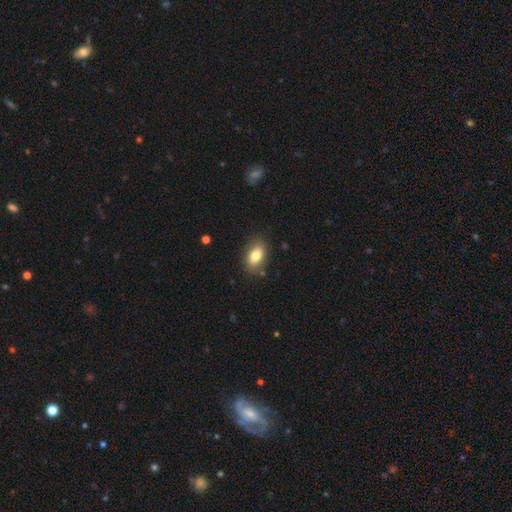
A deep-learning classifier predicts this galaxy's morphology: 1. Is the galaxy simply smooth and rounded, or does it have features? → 80% smooth, 12% featured or disk, 8% star or artifact.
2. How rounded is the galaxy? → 88% in between, 10% round, 2% cigar-shaped.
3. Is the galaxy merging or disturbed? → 83% none, 12% minor disturbance, 3% major disturbance, 2% merger.